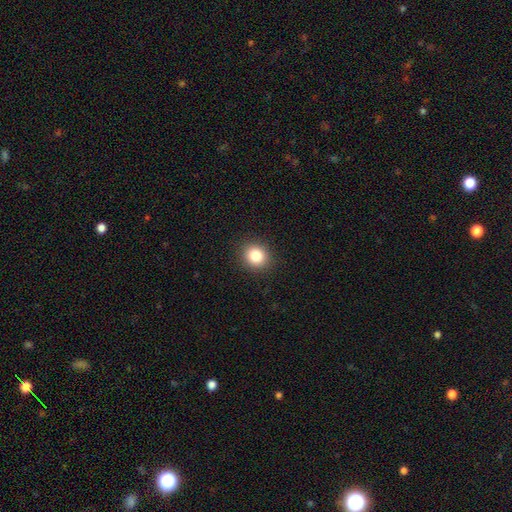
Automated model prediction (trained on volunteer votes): Smooth or featured: smooth — 84% (star or artifact — 11%)
How rounded: round — 80% (in between — 19%)
Merging: none — 91% (minor disturbance — 6%)